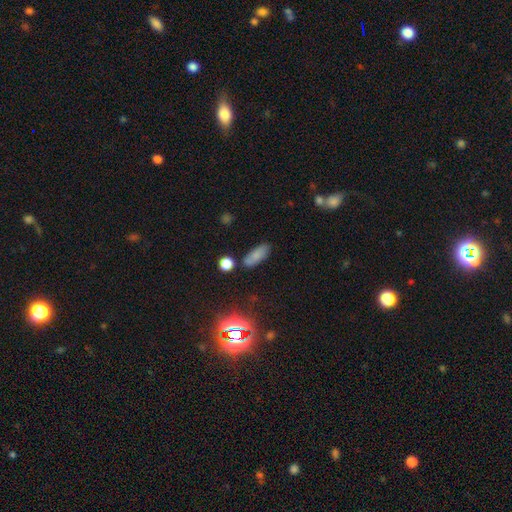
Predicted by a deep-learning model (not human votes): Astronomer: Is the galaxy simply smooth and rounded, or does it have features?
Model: smooth — 74%.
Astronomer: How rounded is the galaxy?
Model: in between — 76%.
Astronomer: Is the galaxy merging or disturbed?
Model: none — 74%.